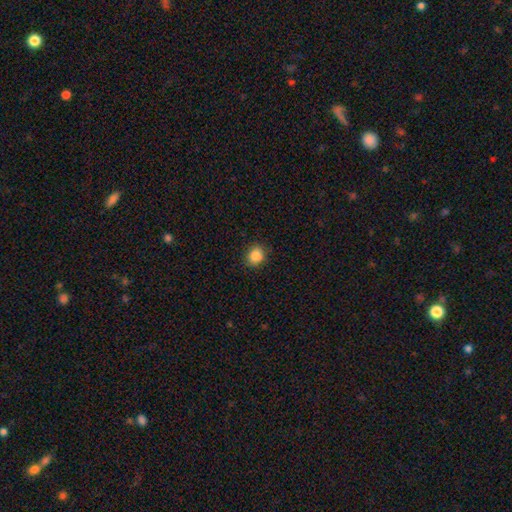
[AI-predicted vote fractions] This appears to be a smooth galaxy with no disk features (86%) that is round (69%). Merging: none (84%).